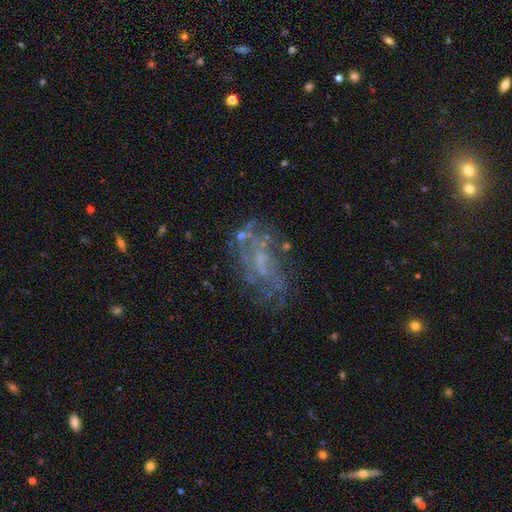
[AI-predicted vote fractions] Smooth or featured? featured or disk (59%)
Edge-on disk? no (93%)
Bar? no (61%)
Spiral arms? yes (57%)
Bulge size? small (45%)
Merging? none (61%)